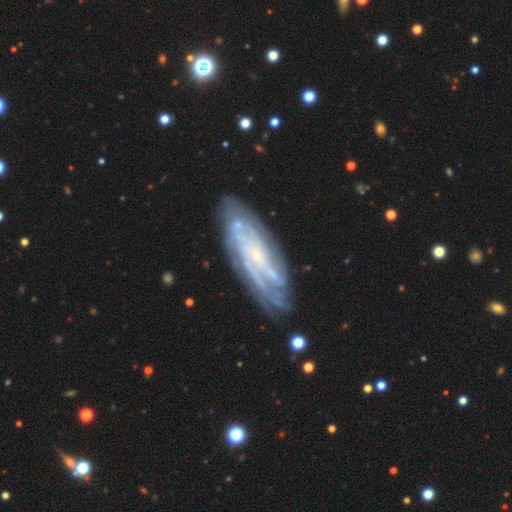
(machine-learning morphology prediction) smooth-or-featured: featured or disk: 81% | smooth: 12% | star or artifact: 7%
  disk-edge-on: no: 84% | yes: 16%
    bar: no: 64% | weak: 26% | strong: 10%
    has-spiral-arms: yes: 92% | no: 8%
      spiral-winding: tight: 66% | medium: 27% | loose: 7%
      spiral-arm-count: can't tell: 47% | 4: 14% | 2: 13% | 3: 13% | more than 4: 8% | 1: 5%
    bulge-size: small: 79% | none: 11% | moderate: 8% | large: 1% | dominant: 1%
  merging: none: 76% | minor disturbance: 16% | major disturbance: 5% | merger: 2%